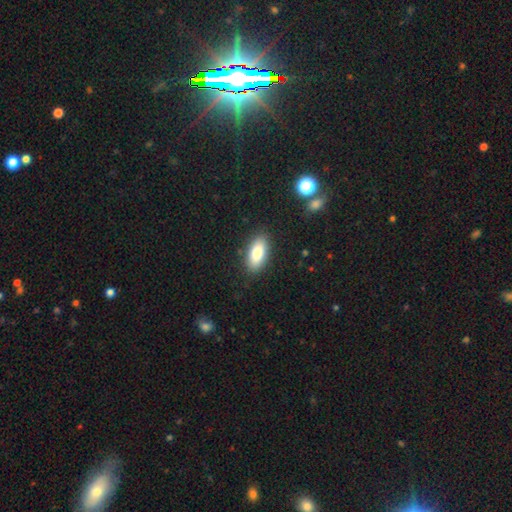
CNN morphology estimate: type=smooth (84%); roundness=in between (86%); merging=none (87%).